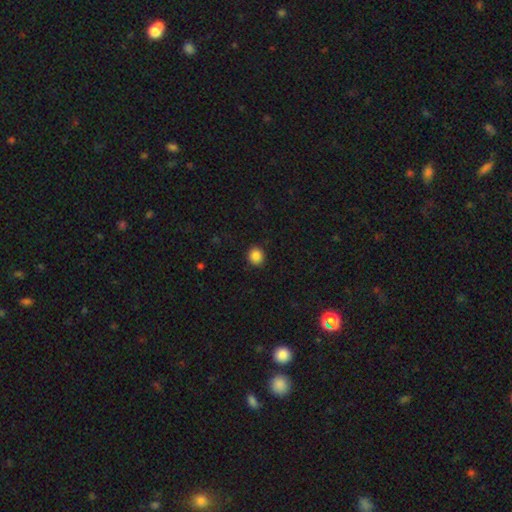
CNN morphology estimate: A smooth galaxy with no disk features (87%) that is round (83%). Merging: none (91%).